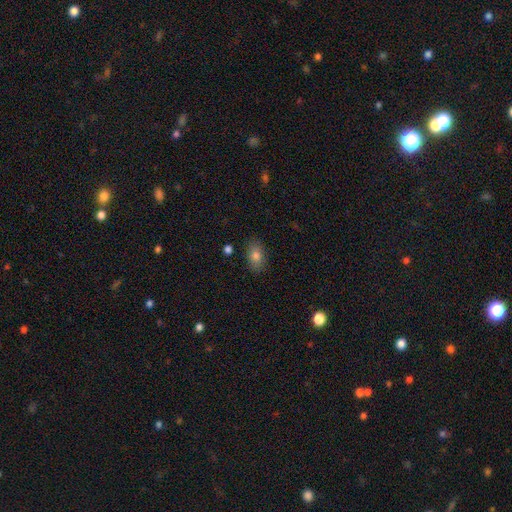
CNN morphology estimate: This is clearly a smooth galaxy (81%). How rounded: clearly in between (87%). Merging: clearly none (85%).